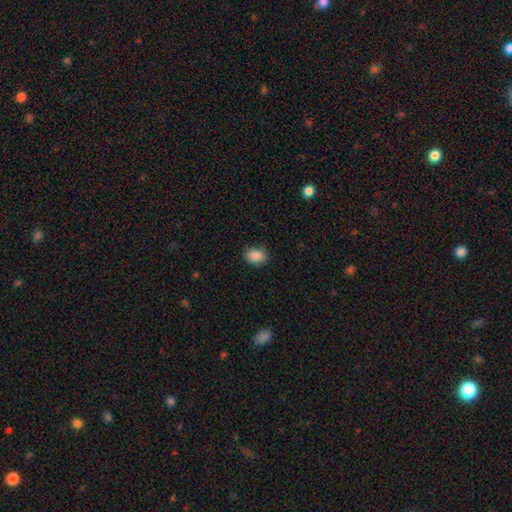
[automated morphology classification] A smooth galaxy with no disk features (88%) that is in between round and cigar-shaped (69%). Merging: none (86%).